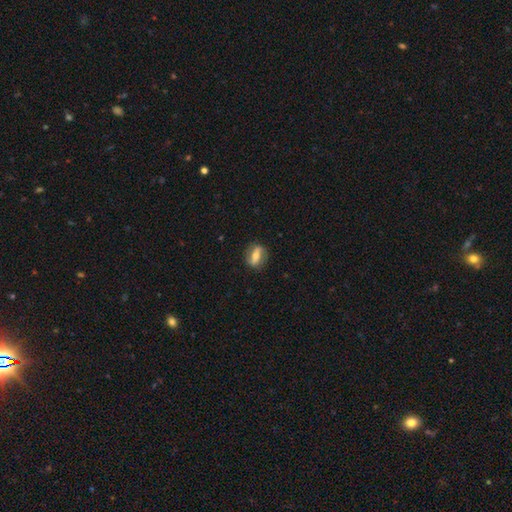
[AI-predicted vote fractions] Smooth or featured?
  - featured or disk: 56% *
  - smooth: 37%
  - star or artifact: 7%
Edge-on disk?
  - no: 78% *
  - yes: 22%
Merging?
  - none: 83% *
  - minor disturbance: 12%
  - major disturbance: 4%
  - merger: 1%